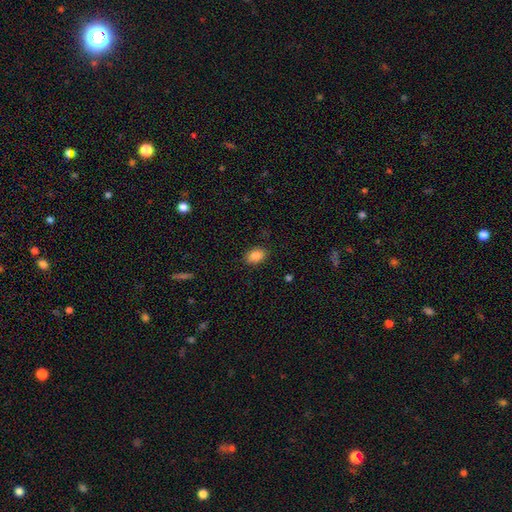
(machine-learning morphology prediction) This is clearly a smooth galaxy (85%). How rounded: clearly in between (83%). Merging: clearly none (87%).